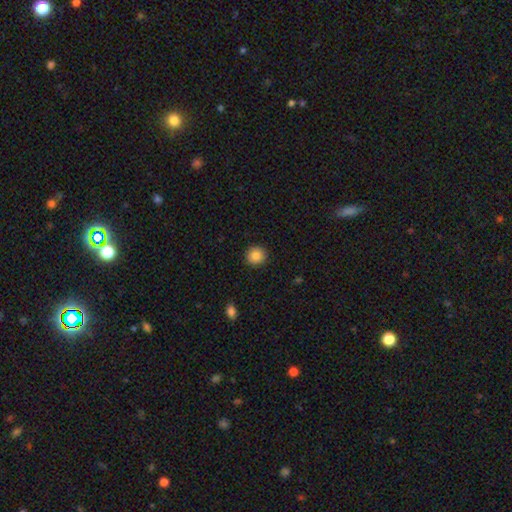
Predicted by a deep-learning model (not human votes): The model was most divided on "smooth or featured": smooth: 85%, star or artifact: 9%, featured or disk: 6%. More confident: how rounded — round (92%); merging — none (91%).